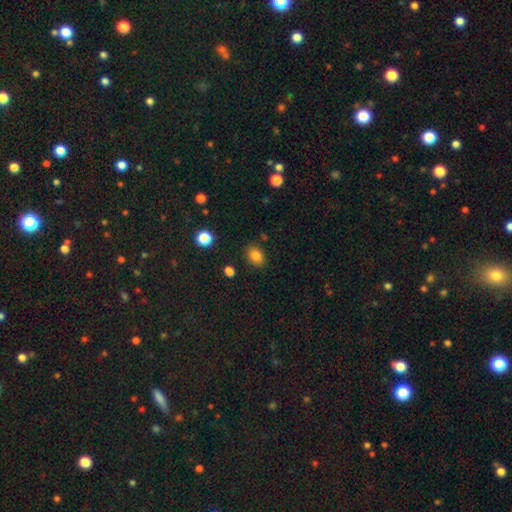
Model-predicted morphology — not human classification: smooth_or_featured: smooth (p=0.83) [alt: star or artifact p=0.11]
how_rounded: in between (p=0.63) [alt: round p=0.36]
merging: none (p=0.84) [alt: minor disturbance p=0.11]